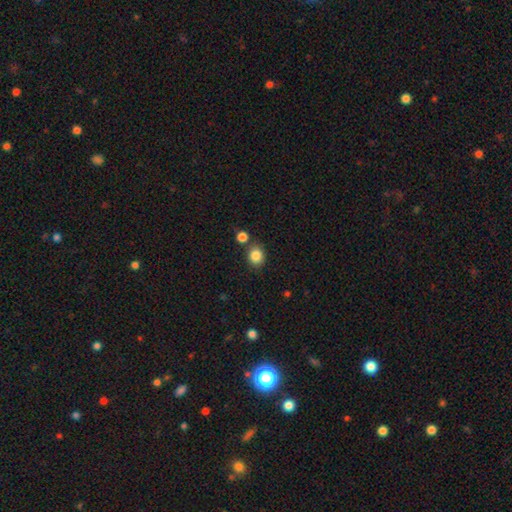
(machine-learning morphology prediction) Smooth or featured?
  - smooth: 86% *
  - star or artifact: 10%
  - featured or disk: 4%
How rounded?
  - round: 69% *
  - in between: 30%
  - cigar-shaped: 1%
Merging?
  - none: 77% *
  - merger: 10%
  - minor disturbance: 10%
  - major disturbance: 3%